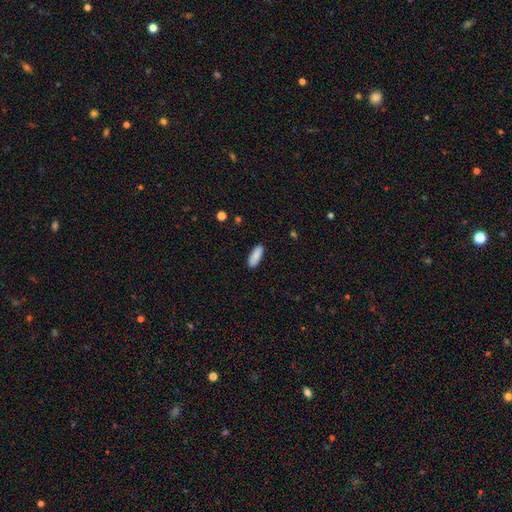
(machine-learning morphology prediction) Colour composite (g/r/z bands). It shows a smooth galaxy with no disk features (88%) that is in between round and cigar-shaped (65%). Merging: none (88%).